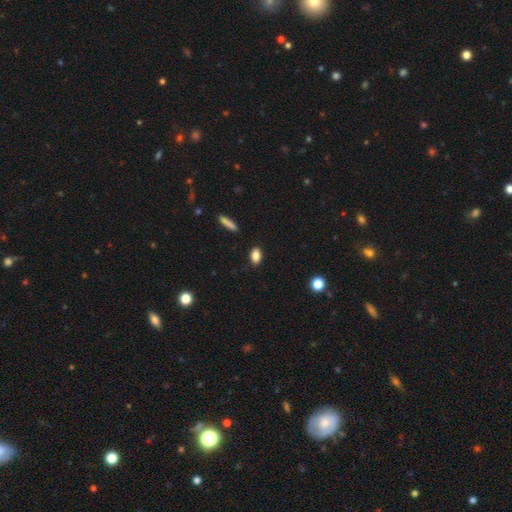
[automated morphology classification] This appears to be a smooth galaxy with no disk features (84%) that is in between round and cigar-shaped (85%). Merging: none (87%).